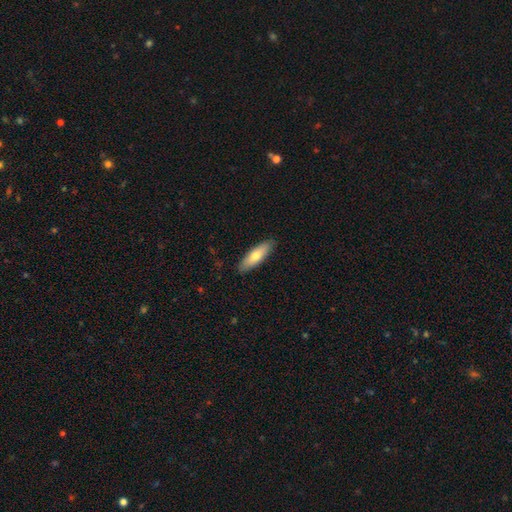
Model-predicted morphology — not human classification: type=smooth (70%); roundness=cigar-shaped (50%); merging=none (88%).